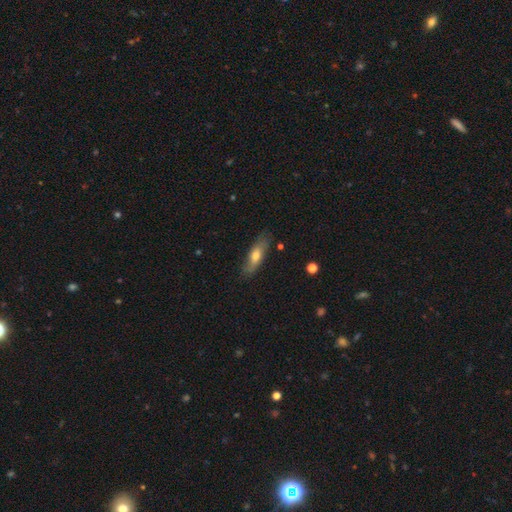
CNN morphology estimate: smooth-or-featured: smooth: 56% | featured or disk: 37% | star or artifact: 7%
  how-rounded: in between: 50% | cigar-shaped: 47% | round: 3%
  merging: none: 75% | minor disturbance: 19% | major disturbance: 4% | merger: 2%